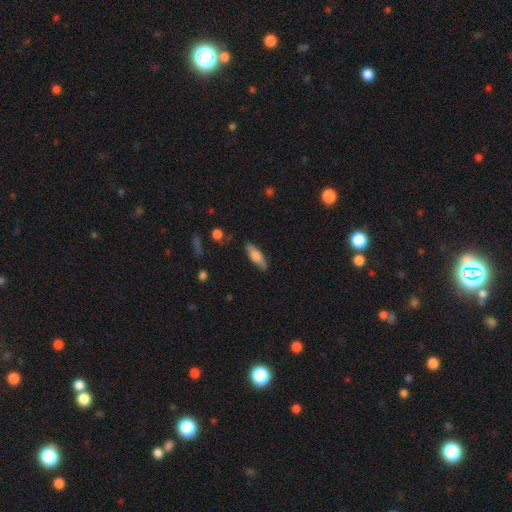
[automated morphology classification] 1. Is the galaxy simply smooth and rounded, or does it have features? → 71% smooth, 23% featured or disk, 6% star or artifact.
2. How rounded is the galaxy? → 56% in between, 42% cigar-shaped, 2% round.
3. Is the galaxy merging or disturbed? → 81% none, 15% minor disturbance, 3% major disturbance, 1% merger.